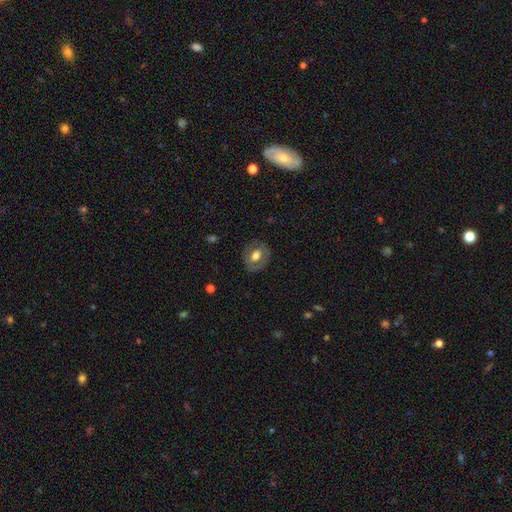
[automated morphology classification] Smooth or featured? Predicted: smooth (p=0.57). How rounded? Predicted: round (p=0.51). Merging? Predicted: none (p=0.81).